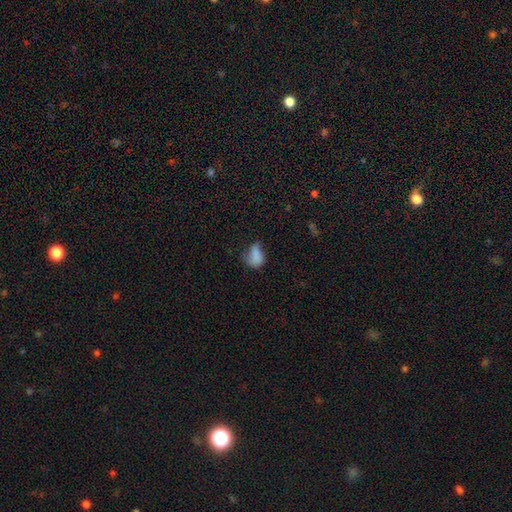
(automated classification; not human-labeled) Smooth or featured? Predicted: smooth (p=0.79). How rounded? Predicted: in between (p=0.81). Merging? Predicted: minor disturbance (p=0.38).